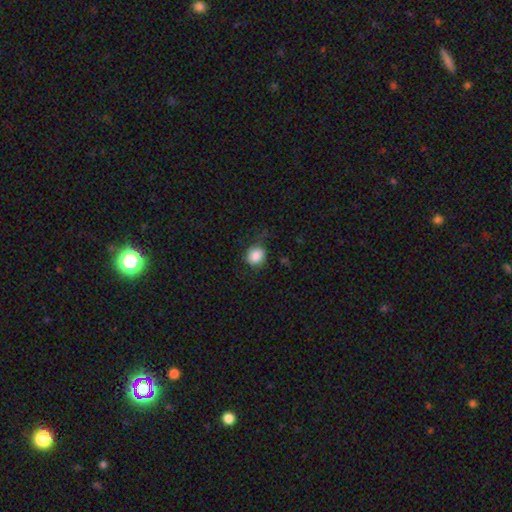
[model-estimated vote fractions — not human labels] The model was most divided on "merging": none: 63%, minor disturbance: 25%, major disturbance: 10%, merger: 2%. More confident: smooth or featured — smooth (86%); how rounded — round (68%).